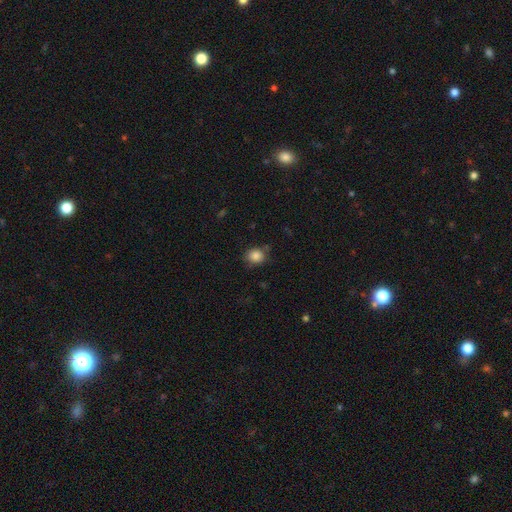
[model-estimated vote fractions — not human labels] Smooth or featured?
  - smooth: 86% *
  - star or artifact: 10%
  - featured or disk: 5%
How rounded?
  - round: 76% *
  - in between: 23%
  - cigar-shaped: 1%
Merging?
  - none: 77% *
  - minor disturbance: 15%
  - major disturbance: 4%
  - merger: 4%